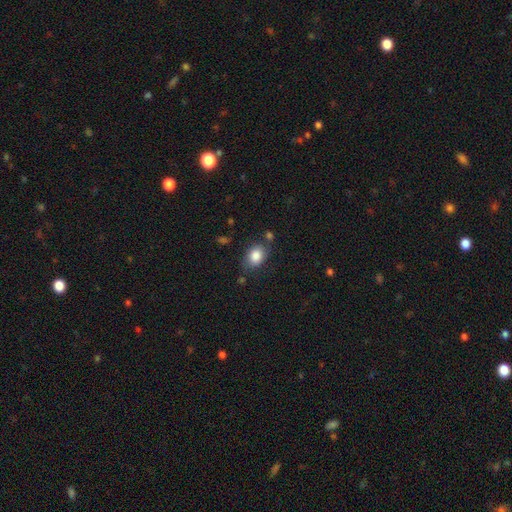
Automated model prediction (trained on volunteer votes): A smooth galaxy with no disk features (85%) that is in between round and cigar-shaped (72%). Merging: none (72%).